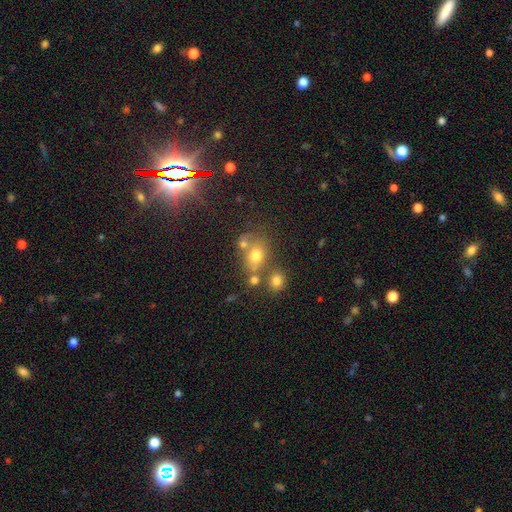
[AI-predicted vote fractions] Smooth or featured? smooth (56%)
How rounded? round (60%)
Merging? none (52%)